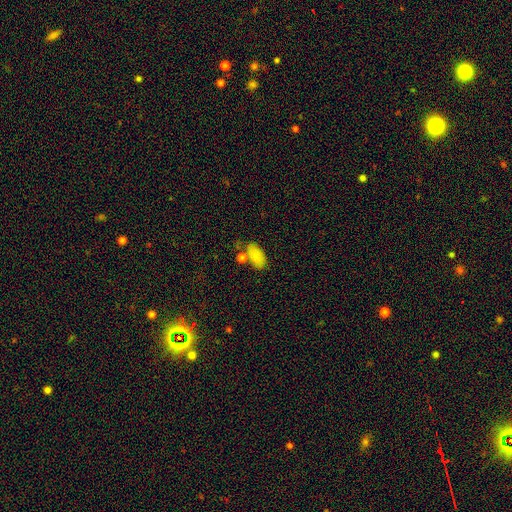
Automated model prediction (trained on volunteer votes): The model was most divided on "merging": none: 61%, merger: 19%, minor disturbance: 16%, major disturbance: 5%. More confident: how rounded — in between (93%); smooth or featured — smooth (83%).